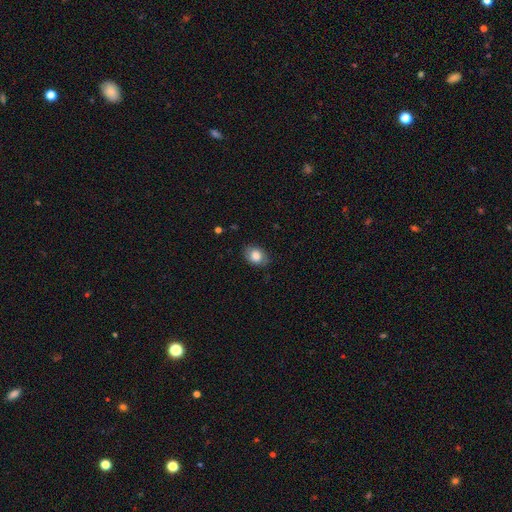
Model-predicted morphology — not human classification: A smooth galaxy with no disk features (82%) that is in between round and cigar-shaped (69%). Merging: none (79%).